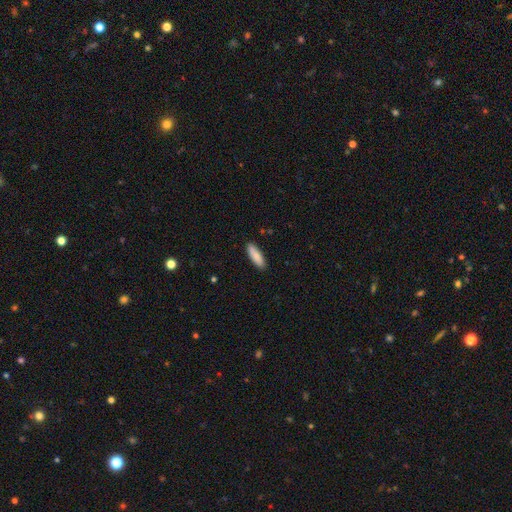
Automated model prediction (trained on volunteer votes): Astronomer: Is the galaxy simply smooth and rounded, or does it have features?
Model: smooth — 83%.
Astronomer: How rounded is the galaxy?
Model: in between — 51% (runner-up: cigar-shaped, 47%).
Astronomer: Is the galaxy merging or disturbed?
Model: none — 88%.